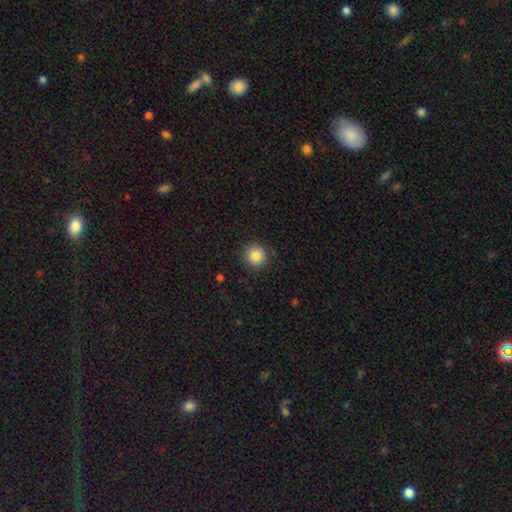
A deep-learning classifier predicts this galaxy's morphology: smooth-or-featured: smooth: 84% | star or artifact: 10% | featured or disk: 6%
  how-rounded: round: 94% | in between: 5% | cigar-shaped: 1%
  merging: none: 89% | minor disturbance: 8% | major disturbance: 2% | merger: 1%